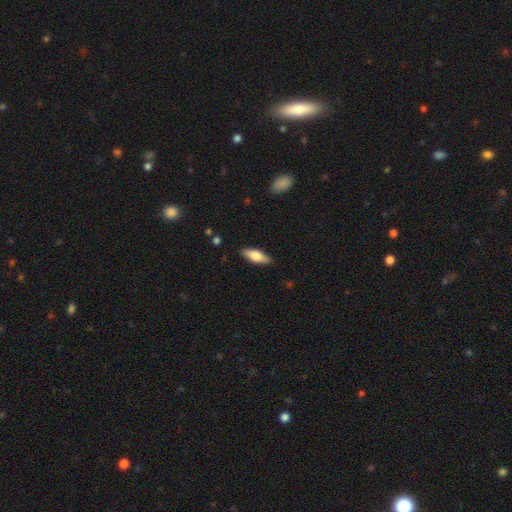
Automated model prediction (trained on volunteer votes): Morphology: type=smooth (70%); roundness=in between (69%); merging=none (86%).